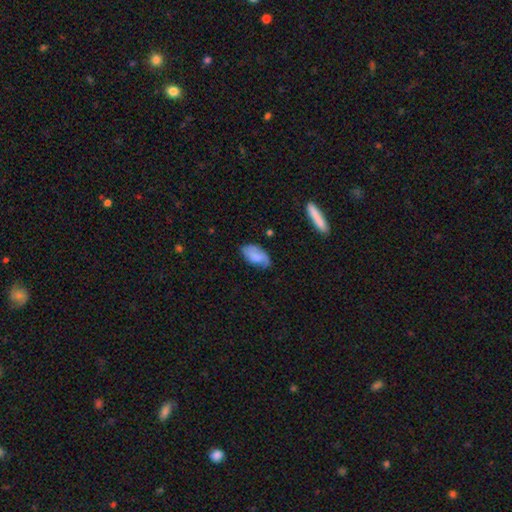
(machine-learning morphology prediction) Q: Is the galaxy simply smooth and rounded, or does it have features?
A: smooth — 70%.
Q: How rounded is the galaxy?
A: in between — 93%.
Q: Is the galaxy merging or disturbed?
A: none — 62%.